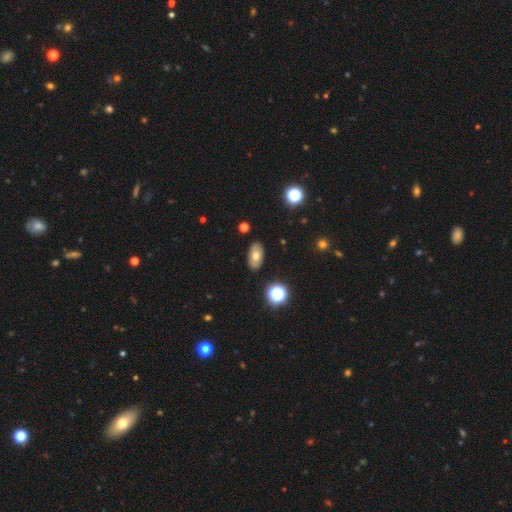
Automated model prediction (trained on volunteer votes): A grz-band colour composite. It shows a smooth galaxy with no disk features (68%) that is in between round and cigar-shaped (91%). Merging: none (86%).